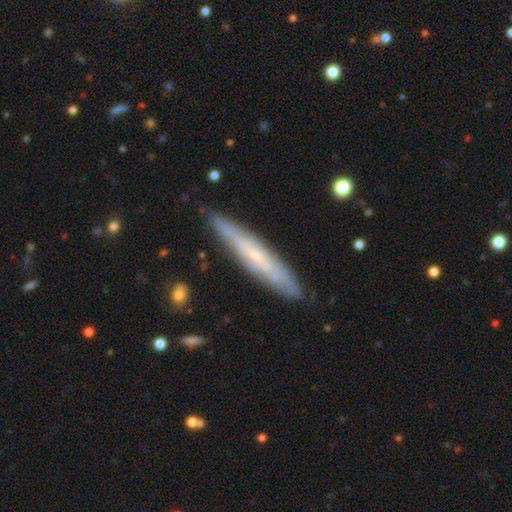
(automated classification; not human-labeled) Smooth or featured? Predicted: featured or disk (p=0.59). Edge-on disk? Predicted: yes (p=0.74). Merging? Predicted: none (p=0.82).